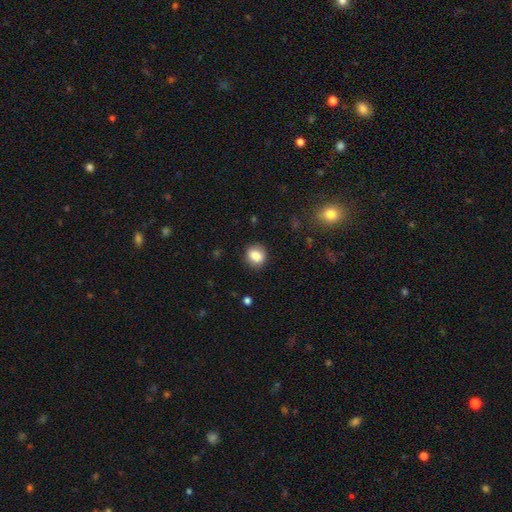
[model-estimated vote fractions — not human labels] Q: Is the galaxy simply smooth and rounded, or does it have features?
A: smooth — 84%.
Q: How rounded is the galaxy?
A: round — 62%.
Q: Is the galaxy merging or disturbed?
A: none — 86%.